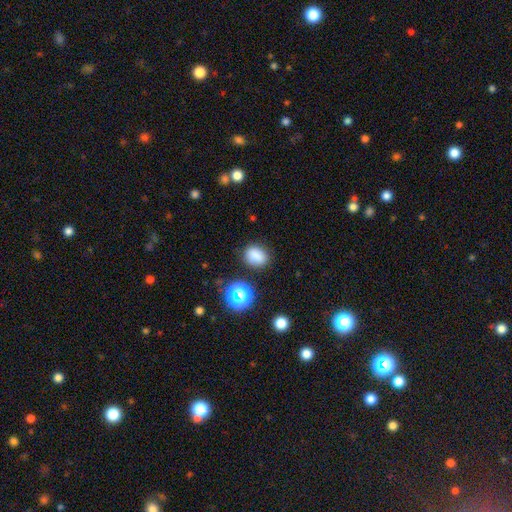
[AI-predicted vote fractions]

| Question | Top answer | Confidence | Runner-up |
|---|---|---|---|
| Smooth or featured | smooth | 80% | star or artifact (14%) |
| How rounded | in between | 56% | round (42%) |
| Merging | none | 79% | minor disturbance (13%) |